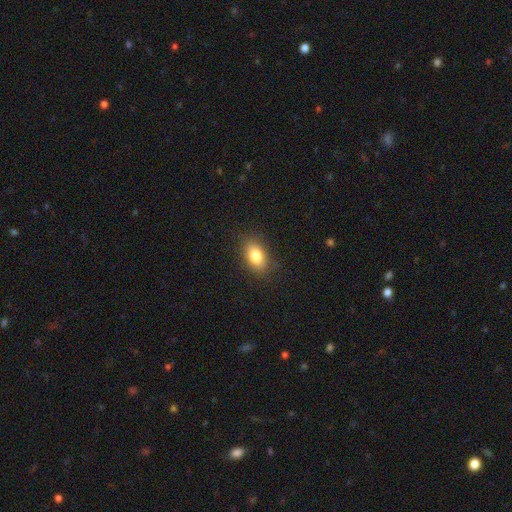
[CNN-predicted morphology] Smooth or featured? smooth (81%)
How rounded? in between (85%)
Merging? none (86%)